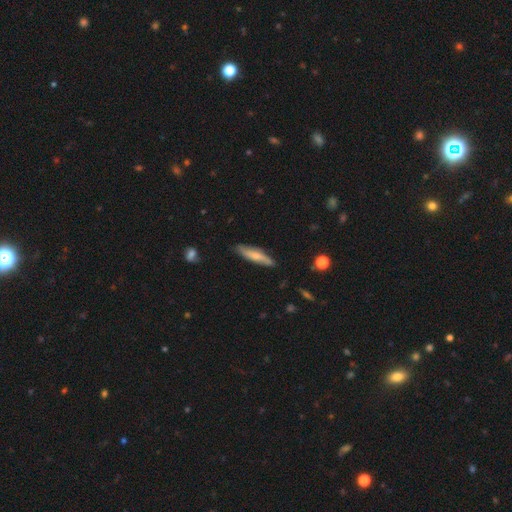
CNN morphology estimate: This is likely a smooth galaxy (62%). How rounded: likely cigar-shaped (77%). Merging: clearly none (82%).